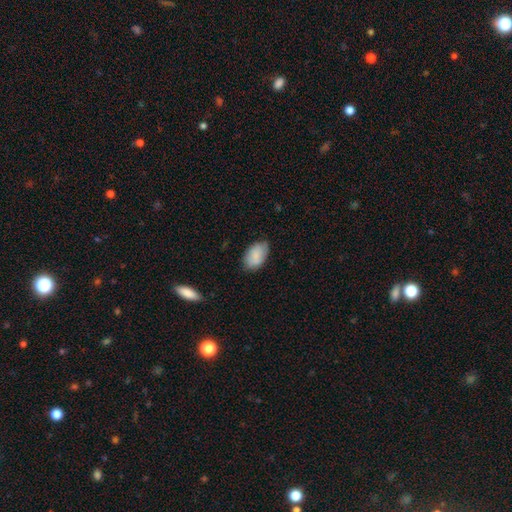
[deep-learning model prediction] Q: Smooth or featured?
A: smooth (87%); runner-up: featured or disk (7%)
Q: How rounded?
A: in between (93%); runner-up: round (6%)
Q: Merging?
A: none (76%); runner-up: minor disturbance (19%)